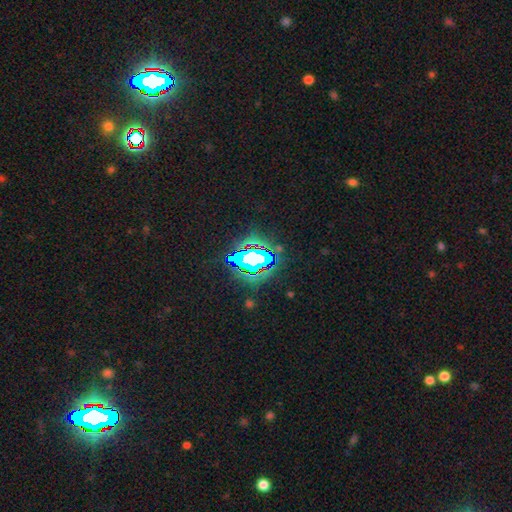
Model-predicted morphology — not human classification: Smooth or featured?
  - star or artifact: 72% *
  - smooth: 16%
  - featured or disk: 12%